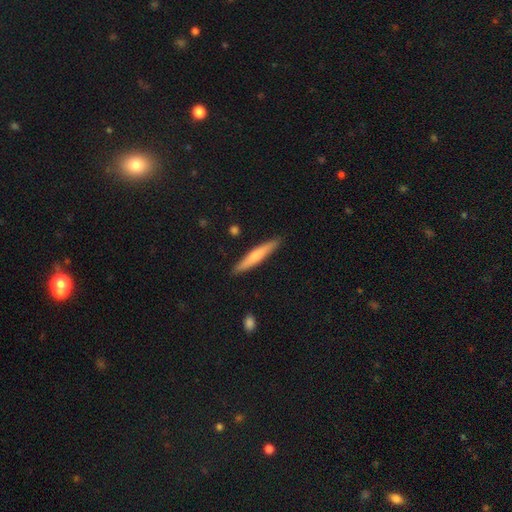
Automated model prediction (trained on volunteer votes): A smooth galaxy with no disk features (63%) that is cigar-shaped (93%). Merging: none (89%).